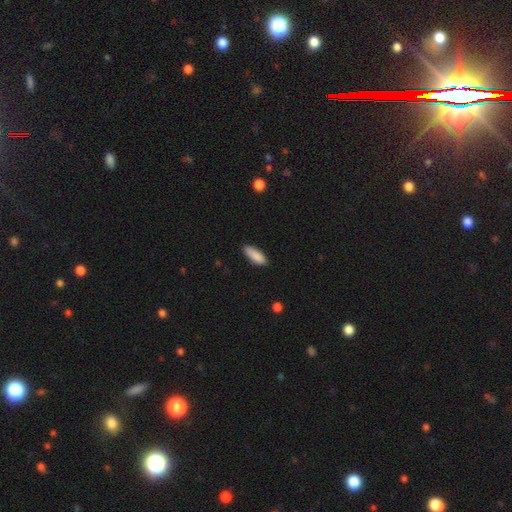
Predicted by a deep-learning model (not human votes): Q: Smooth or featured?
A: smooth (89%); runner-up: star or artifact (6%)
Q: How rounded?
A: in between (64%); runner-up: cigar-shaped (34%)
Q: Merging?
A: none (87%); runner-up: minor disturbance (10%)